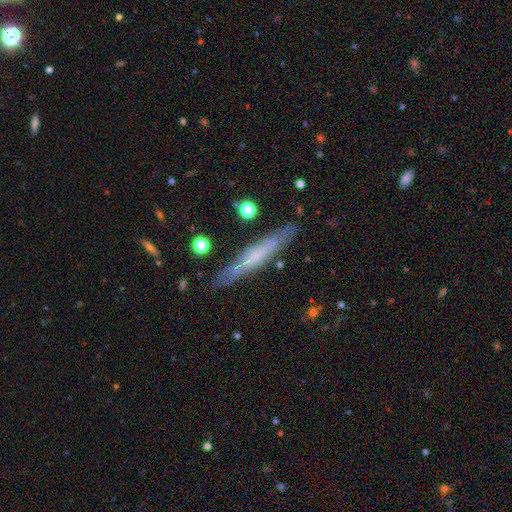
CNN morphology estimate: featured or disk 55%, smooth 38%, star or artifact 7%. Down the decision tree: edge-on disk — yes (86%); merging — none (83%).